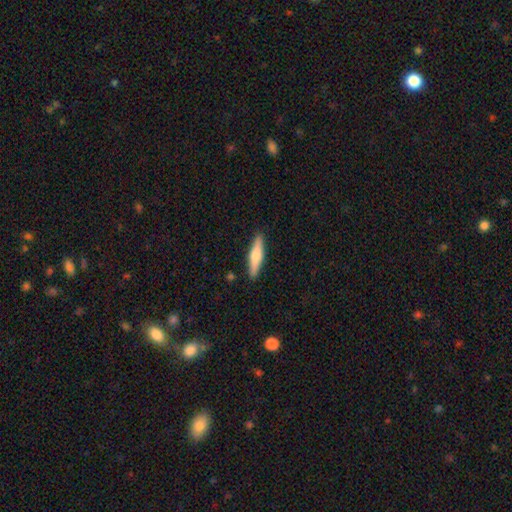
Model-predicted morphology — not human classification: smooth 51%, featured or disk 43%, star or artifact 5%. Down the decision tree: how rounded — cigar-shaped (78%); merging — none (90%).